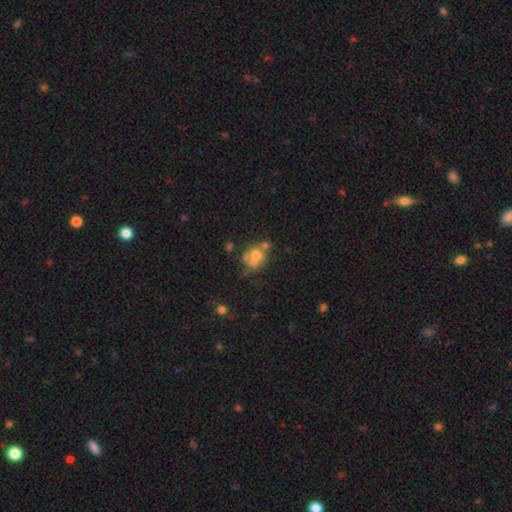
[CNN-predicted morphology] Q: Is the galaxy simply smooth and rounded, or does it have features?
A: smooth — 55%.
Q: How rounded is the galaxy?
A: round — 57%.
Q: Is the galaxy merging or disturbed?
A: merger — 39%.